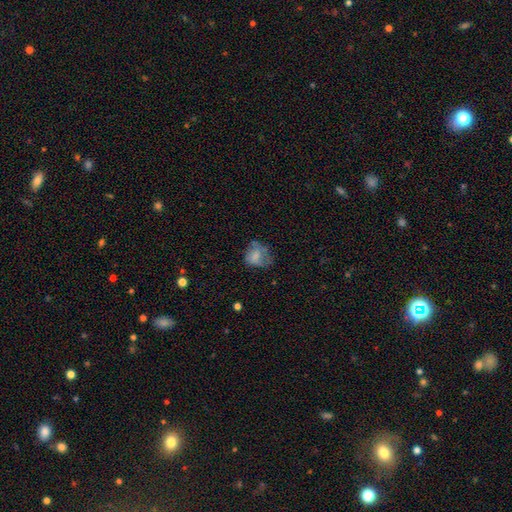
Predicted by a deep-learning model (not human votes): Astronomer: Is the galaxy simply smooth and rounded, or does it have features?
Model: smooth — 65%.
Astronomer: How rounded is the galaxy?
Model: round — 55% (runner-up: in between, 44%).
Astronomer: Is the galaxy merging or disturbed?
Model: none — 41% (runner-up: minor disturbance, 30%).